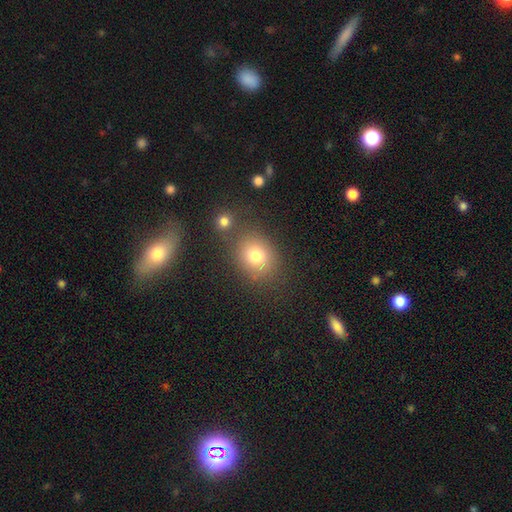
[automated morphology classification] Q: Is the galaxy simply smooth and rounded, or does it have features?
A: smooth — 76%.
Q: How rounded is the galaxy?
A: round — 58%.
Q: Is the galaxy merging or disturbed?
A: none — 70%.